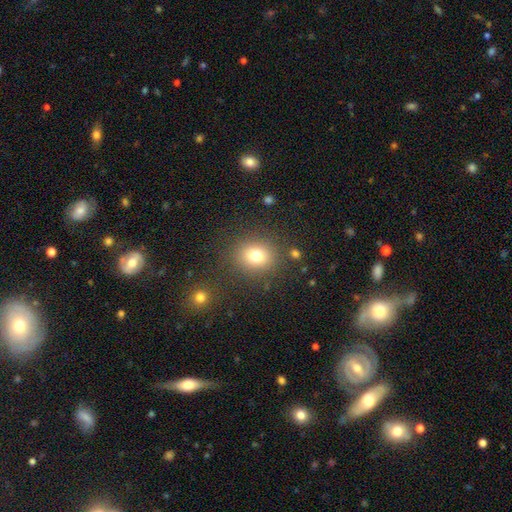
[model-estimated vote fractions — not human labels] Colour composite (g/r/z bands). It shows a smooth galaxy with no disk features (76%) that is round (77%). Merging: none (84%).